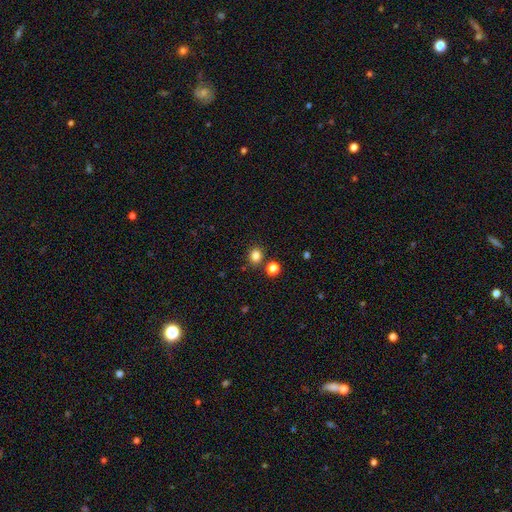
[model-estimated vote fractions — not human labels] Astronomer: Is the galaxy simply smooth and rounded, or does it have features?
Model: smooth — 82%.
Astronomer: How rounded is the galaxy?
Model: round — 78%.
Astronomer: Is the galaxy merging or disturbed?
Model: none — 82%.